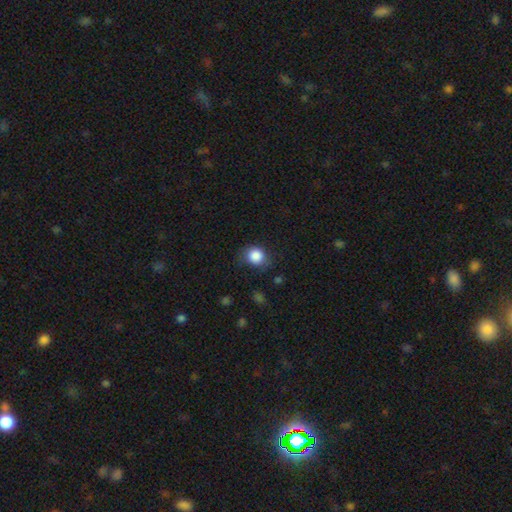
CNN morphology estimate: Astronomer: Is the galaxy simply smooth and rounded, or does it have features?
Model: smooth — 86%.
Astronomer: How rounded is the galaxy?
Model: round — 73%.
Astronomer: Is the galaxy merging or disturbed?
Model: none — 71%.